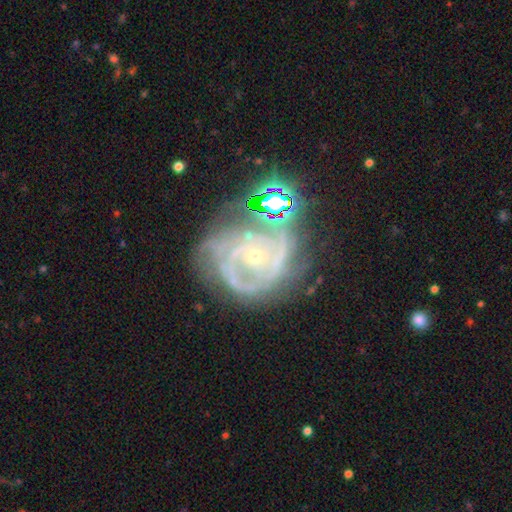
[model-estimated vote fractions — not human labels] Smooth or featured?
  - featured or disk: 86% *
  - star or artifact: 9%
  - smooth: 6%
Edge-on disk?
  - no: 98% *
  - yes: 2%
Bar?
  - no: 67% *
  - weak: 23%
  - strong: 9%
Spiral arms?
  - yes: 95% *
  - no: 5%
Spiral winding?
  - tight: 54% *
  - medium: 37%
  - loose: 9%
Spiral arm count?
  - 2: 33% *
  - 3: 25%
  - can't tell: 20%
  - 4: 8%
  - 1: 7%
  - more than 4: 7%
Bulge size?
  - small: 69% *
  - moderate: 27%
  - none: 2%
  - large: 2%
  - dominant: 1%
Merging?
  - none: 47% *
  - minor disturbance: 24%
  - major disturbance: 21%
  - merger: 9%